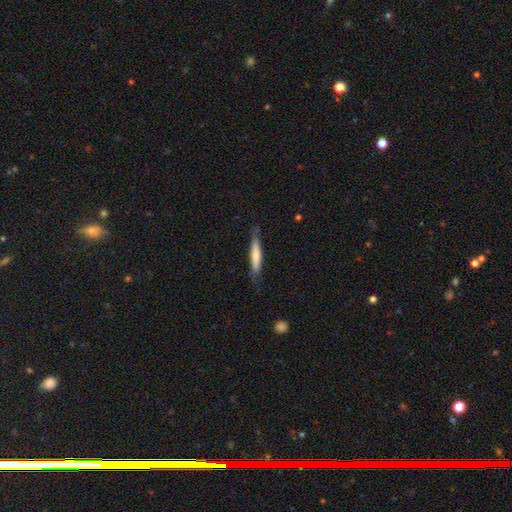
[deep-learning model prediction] Smooth or featured: smooth — 66% (featured or disk — 28%)
How rounded: cigar-shaped — 90% (in between — 8%)
Merging: none — 78% (minor disturbance — 17%)